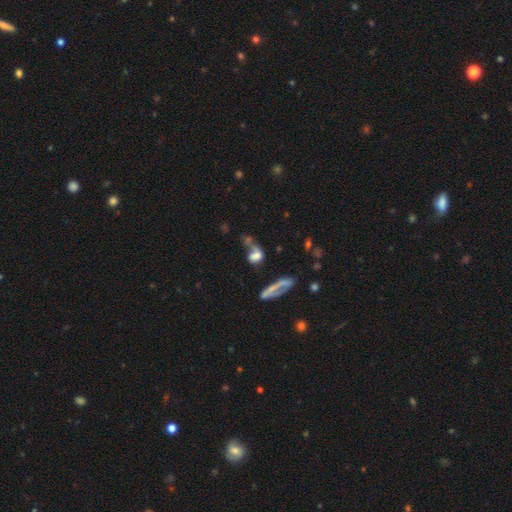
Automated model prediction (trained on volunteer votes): A smooth galaxy with no disk features (58%) that is in between round and cigar-shaped (58%).

Vote fractions:
- Smooth or featured? smooth: 58% / featured or disk: 29% / star or artifact: 13%
- How rounded? in between: 58% / round: 32% / cigar-shaped: 9%
- Merging? major disturbance: 32% / merger: 30% / none: 23% / minor disturbance: 15%